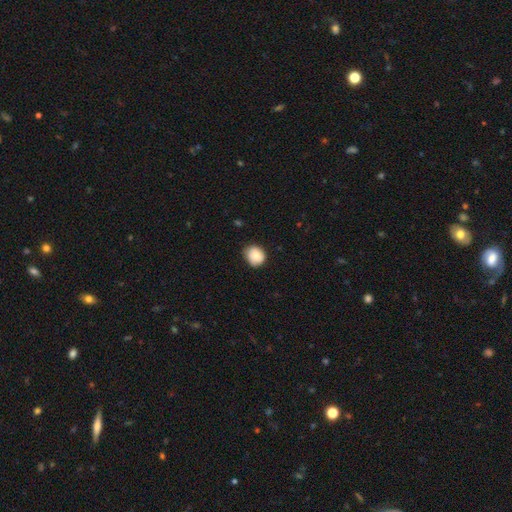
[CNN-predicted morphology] Overall: smooth (83%). How rounded: round (73%). Merging: none (75%).